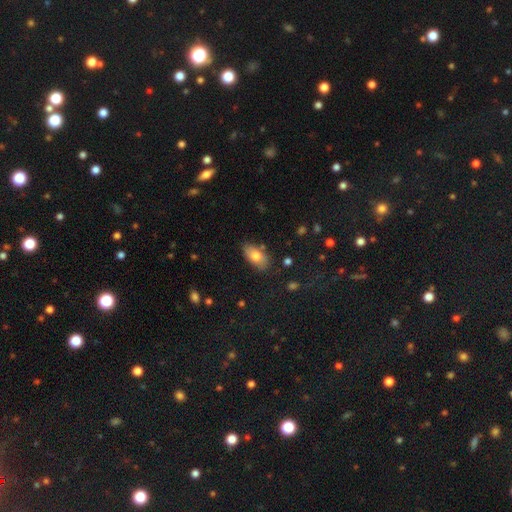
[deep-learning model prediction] smooth 77%, featured or disk 16%, star or artifact 7%. Down the decision tree: how rounded — in between (91%); merging — none (77%).